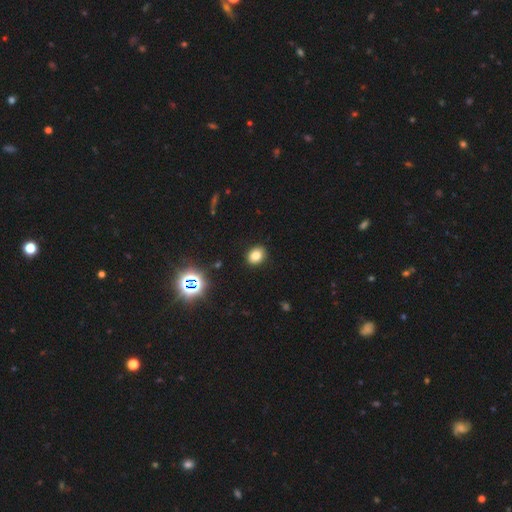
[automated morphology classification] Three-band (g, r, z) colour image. It shows a smooth galaxy with no disk features (78%) that is in between round and cigar-shaped (53%). Merging: none (90%).